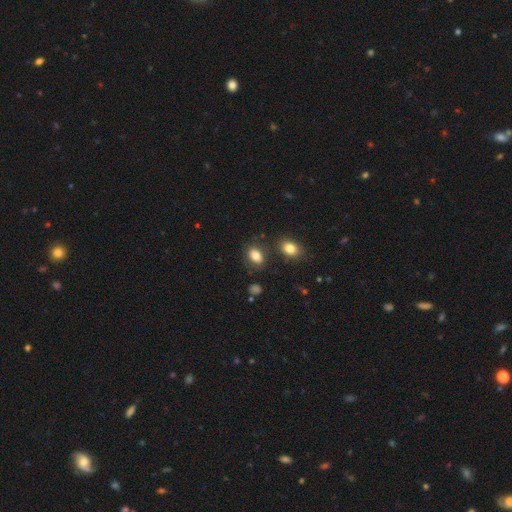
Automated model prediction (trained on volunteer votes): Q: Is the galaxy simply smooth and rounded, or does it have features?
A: smooth — 82%.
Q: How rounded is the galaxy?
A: in between — 81%.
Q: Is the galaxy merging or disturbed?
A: none — 77%.